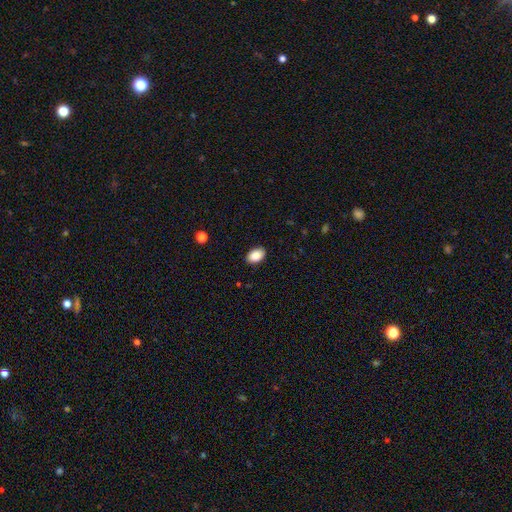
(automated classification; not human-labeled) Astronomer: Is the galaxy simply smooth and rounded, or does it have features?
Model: smooth — 89%.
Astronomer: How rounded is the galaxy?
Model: in between — 88%.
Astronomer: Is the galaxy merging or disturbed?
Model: none — 89%.